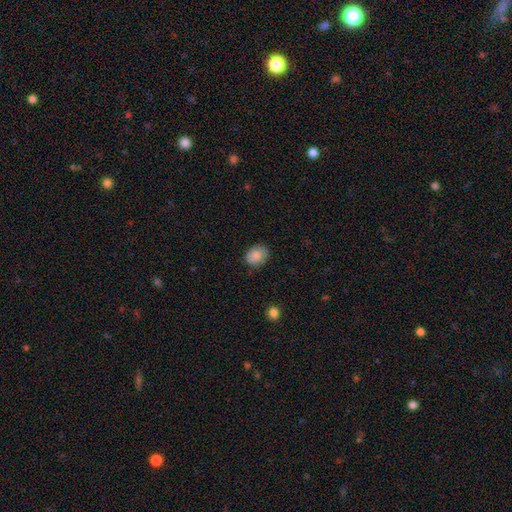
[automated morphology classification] smooth-or-featured: smooth: 86% | star or artifact: 8% | featured or disk: 6%
  how-rounded: in between: 58% | round: 41% | cigar-shaped: 1%
  merging: none: 79% | minor disturbance: 16% | major disturbance: 3% | merger: 1%